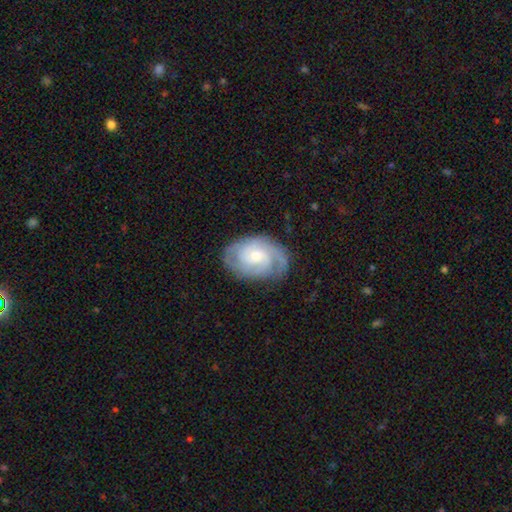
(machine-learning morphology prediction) smooth-or-featured: featured or disk: 82% | smooth: 13% | star or artifact: 5%
  disk-edge-on: no: 97% | yes: 3%
    bar: no: 66% | weak: 30% | strong: 5%
    has-spiral-arms: yes: 96% | no: 4%
      spiral-winding: tight: 64% | medium: 30% | loose: 6%
      spiral-arm-count: 2: 30% | 3: 29% | can't tell: 24% | 4: 7% | 1: 5% | more than 4: 4%
    bulge-size: moderate: 51% | small: 42% | large: 4% | none: 2% | dominant: 1%
  merging: none: 76% | minor disturbance: 17% | major disturbance: 5% | merger: 1%